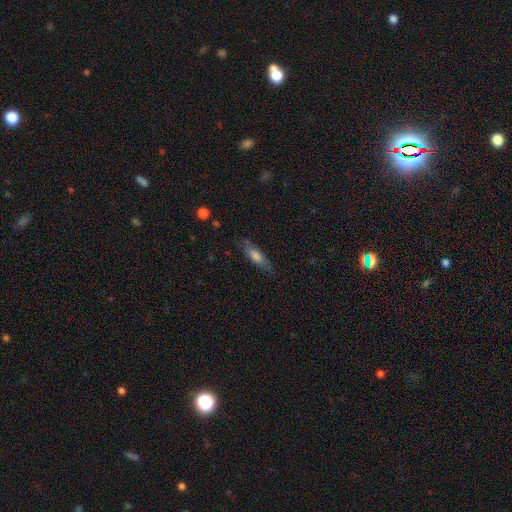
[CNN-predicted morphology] Smooth or featured?
  - smooth: 63% *
  - featured or disk: 30%
  - star or artifact: 7%
How rounded?
  - cigar-shaped: 62% *
  - in between: 36%
  - round: 2%
Merging?
  - none: 80% *
  - minor disturbance: 15%
  - major disturbance: 4%
  - merger: 1%